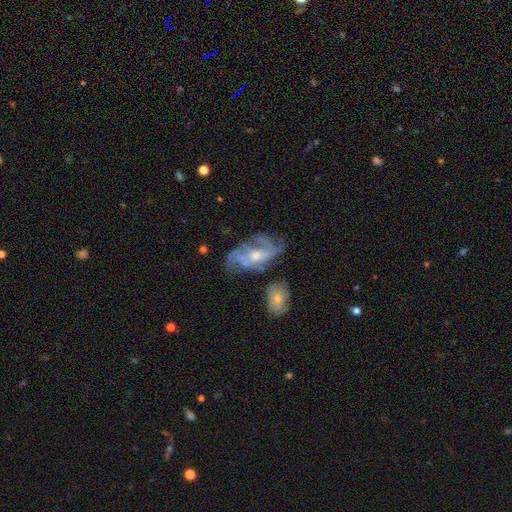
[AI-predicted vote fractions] featured or disk 80%, smooth 11%, star or artifact 9%. Down the decision tree: edge-on disk — no (95%); bar — no (57%); spiral arms — yes (87%); spiral arm count — 3 (30%); spiral winding — medium (45%); bulge size — moderate (56%); merging — none (53%).